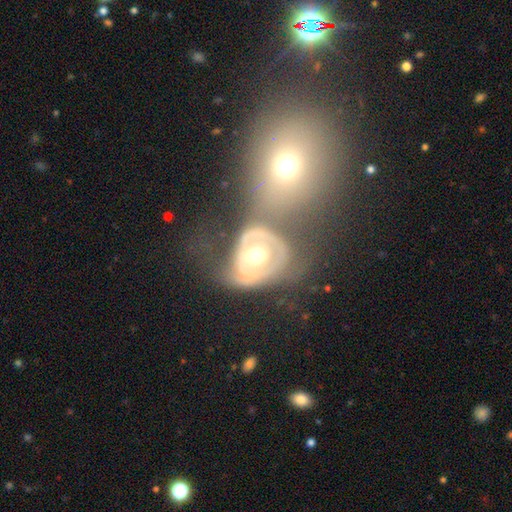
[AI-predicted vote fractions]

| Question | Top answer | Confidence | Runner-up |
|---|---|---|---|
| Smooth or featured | featured or disk | 69% | smooth (24%) |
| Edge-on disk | no | 95% | yes (5%) |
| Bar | no | 73% | weak (18%) |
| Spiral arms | no | 53% | yes (47%) |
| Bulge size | moderate | 77% | small (13%) |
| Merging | none | 31% | merger (30%) |